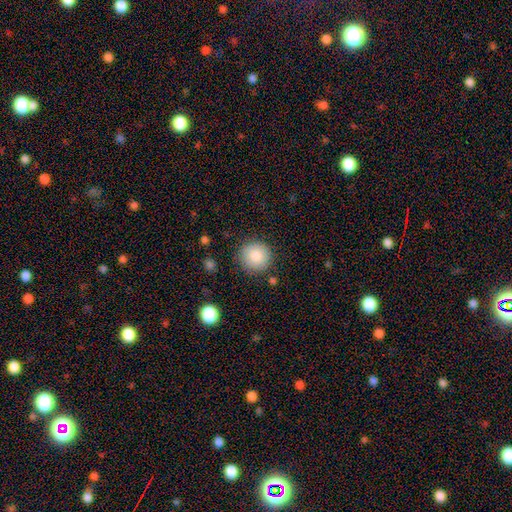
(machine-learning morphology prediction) This is clearly a smooth galaxy (85%). How rounded: clearly round (94%). Merging: clearly none (87%).